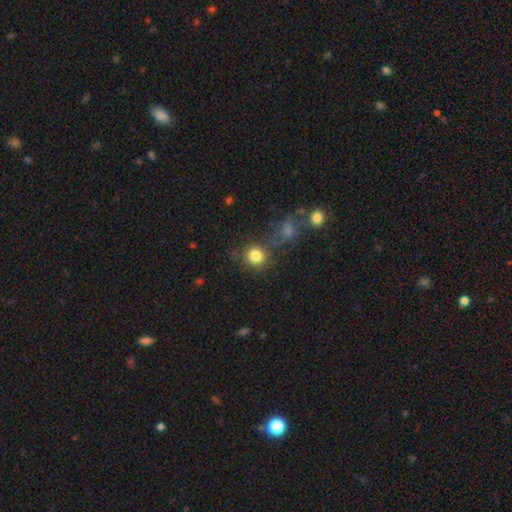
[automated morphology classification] Smooth or featured: smooth — 84% (star or artifact — 10%)
How rounded: round — 88% (in between — 11%)
Merging: none — 72% (merger — 11%)